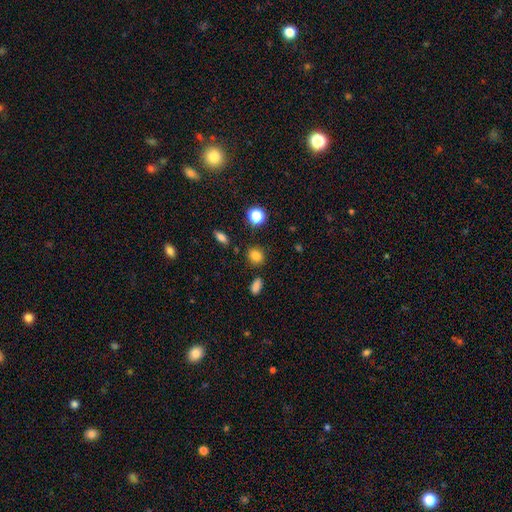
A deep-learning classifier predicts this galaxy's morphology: type=smooth (81%); roundness=round (64%); merging=none (83%).